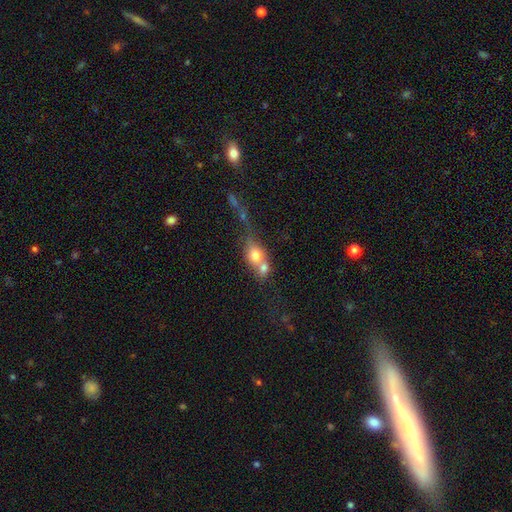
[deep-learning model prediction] Smooth or featured? smooth (65%)
How rounded? round (49%)
Merging? merger (67%)